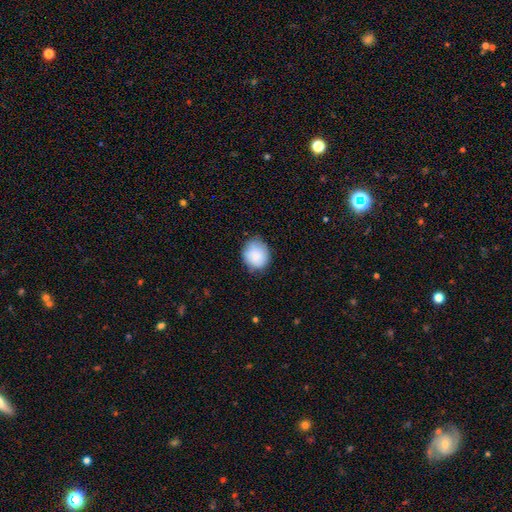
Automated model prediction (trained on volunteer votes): Smooth or featured? Predicted: smooth (p=0.87). How rounded? Predicted: round (p=0.73). Merging? Predicted: none (p=0.73).